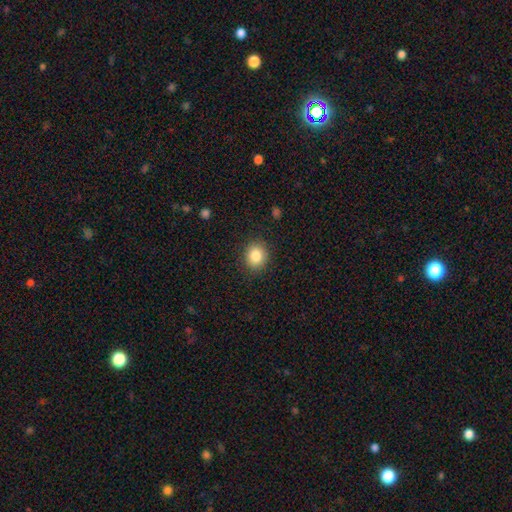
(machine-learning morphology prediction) The model was most divided on "how rounded": round: 72%, in between: 27%, cigar-shaped: 1%. More confident: merging — none (88%); smooth or featured — smooth (84%).